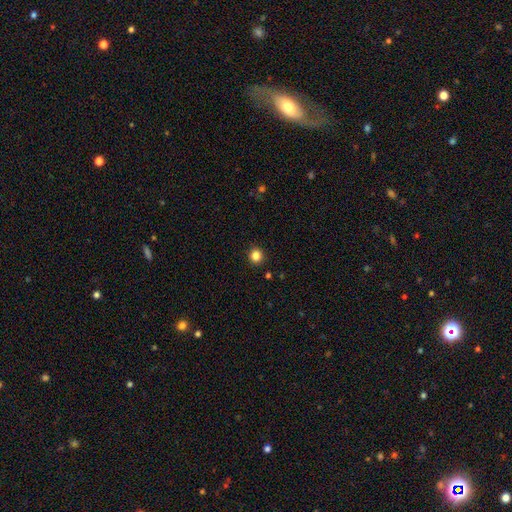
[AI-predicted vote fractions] The model was most divided on "smooth or featured": smooth: 84%, star or artifact: 12%, featured or disk: 4%. More confident: merging — none (92%); how rounded — round (90%).